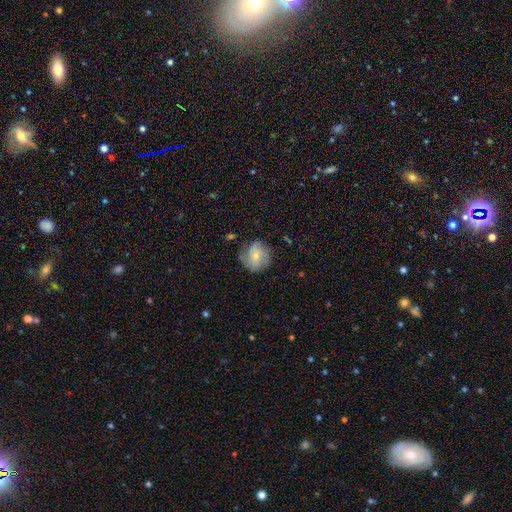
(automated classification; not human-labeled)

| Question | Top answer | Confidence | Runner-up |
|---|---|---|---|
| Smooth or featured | smooth | 48% | featured or disk (45%) |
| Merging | none | 66% | minor disturbance (23%) |